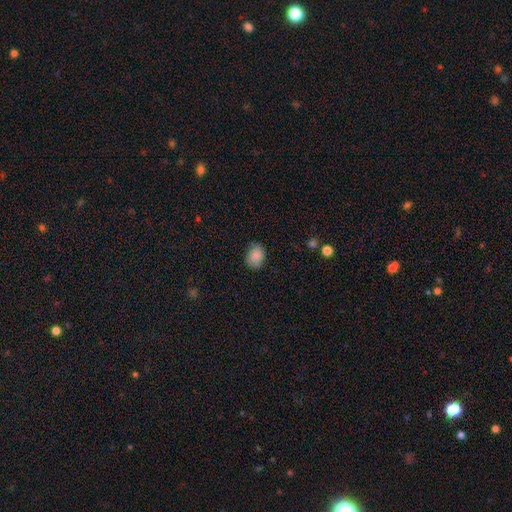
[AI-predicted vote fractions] Smooth or featured? smooth (82%)
How rounded? in between (50%)
Merging? none (72%)